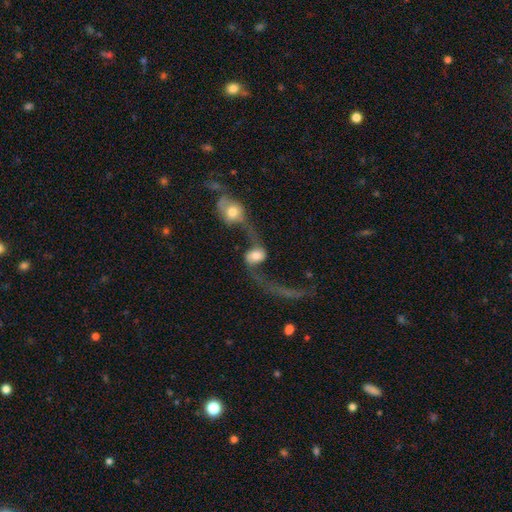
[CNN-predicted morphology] Smooth or featured? featured or disk (57%)
Edge-on disk? no (93%)
Bar? no (59%)
Spiral arms? yes (78%)
Bulge size? moderate (45%)
Merging? merger (67%)